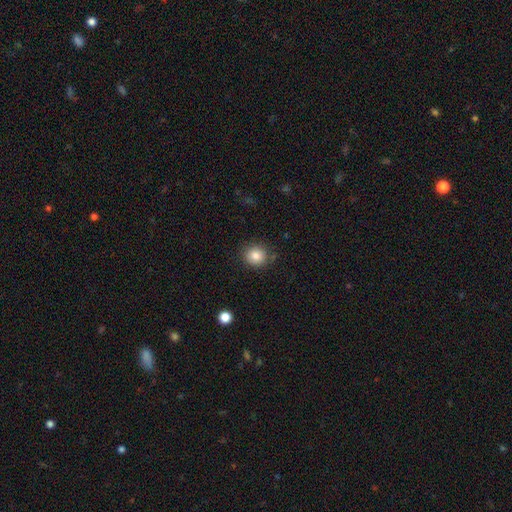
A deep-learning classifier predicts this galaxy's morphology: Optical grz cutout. It shows a smooth galaxy with no disk features (84%) that is round (86%). Merging: none (84%).